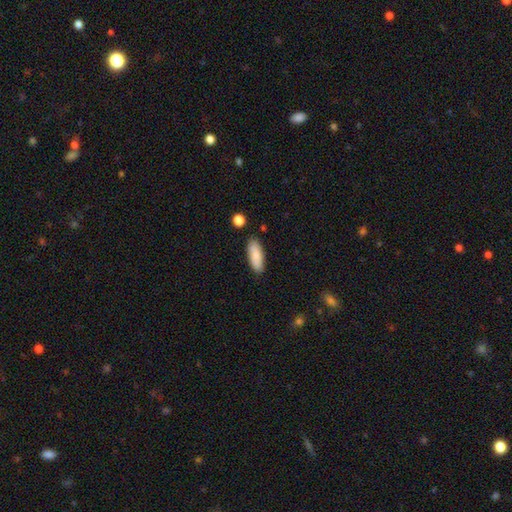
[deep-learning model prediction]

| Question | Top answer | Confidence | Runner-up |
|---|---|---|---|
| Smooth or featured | smooth | 85% | featured or disk (9%) |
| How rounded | in between | 69% | cigar-shaped (29%) |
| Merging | none | 85% | minor disturbance (10%) |